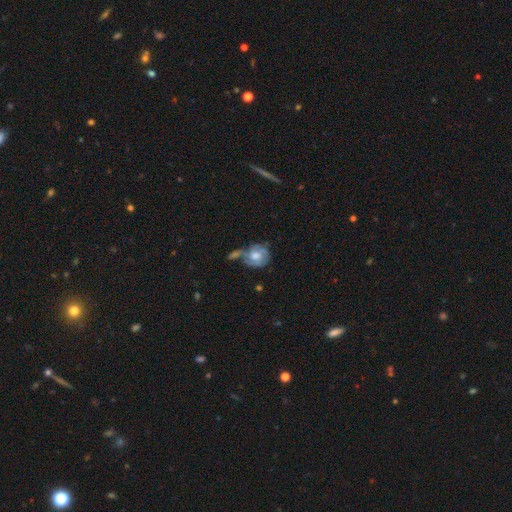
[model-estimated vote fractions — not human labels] Smooth or featured? featured or disk (52%)
Edge-on disk? no (96%)
Bar? no (71%)
Spiral arms? yes (69%)
Bulge size? moderate (63%)
Merging? none (35%)